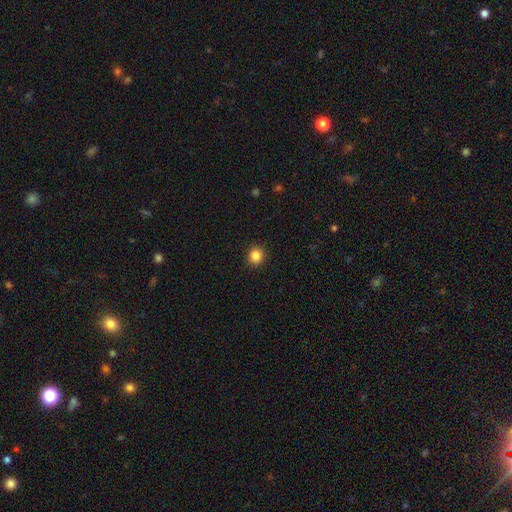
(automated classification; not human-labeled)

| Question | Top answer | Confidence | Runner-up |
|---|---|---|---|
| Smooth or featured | smooth | 85% | star or artifact (11%) |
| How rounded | round | 91% | in between (8%) |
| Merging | none | 93% | minor disturbance (5%) |